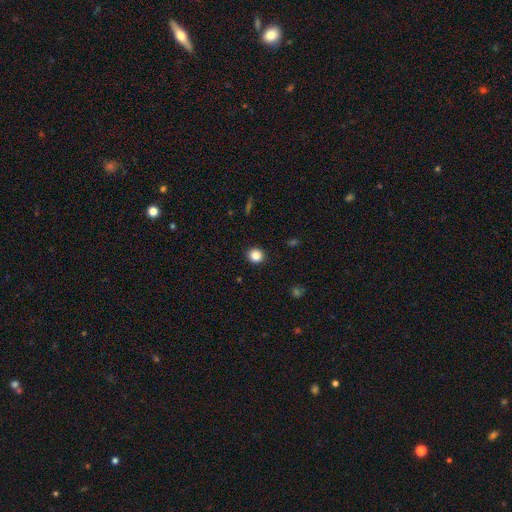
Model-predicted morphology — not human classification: Smooth or featured: smooth — 84% (star or artifact — 11%)
How rounded: round — 91% (in between — 8%)
Merging: none — 92% (minor disturbance — 5%)